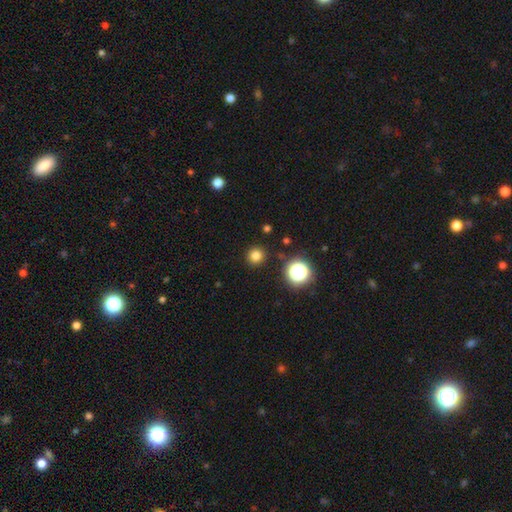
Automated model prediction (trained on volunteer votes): smooth 79%, star or artifact 17%, featured or disk 5%. Down the decision tree: how rounded — round (94%); merging — none (91%).